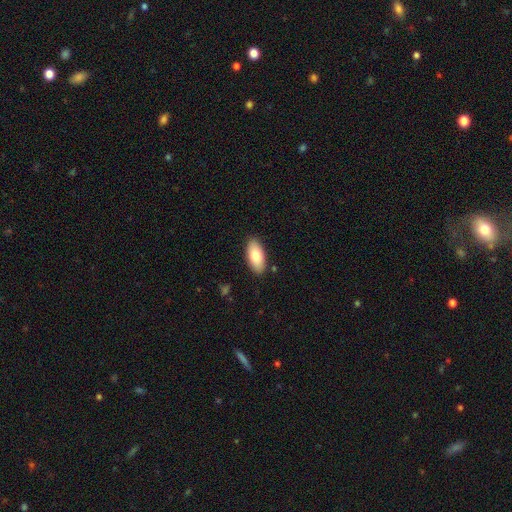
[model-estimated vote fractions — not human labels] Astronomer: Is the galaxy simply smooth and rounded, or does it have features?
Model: smooth — 81%.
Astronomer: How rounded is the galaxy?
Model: in between — 90%.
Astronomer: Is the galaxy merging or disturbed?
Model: none — 87%.